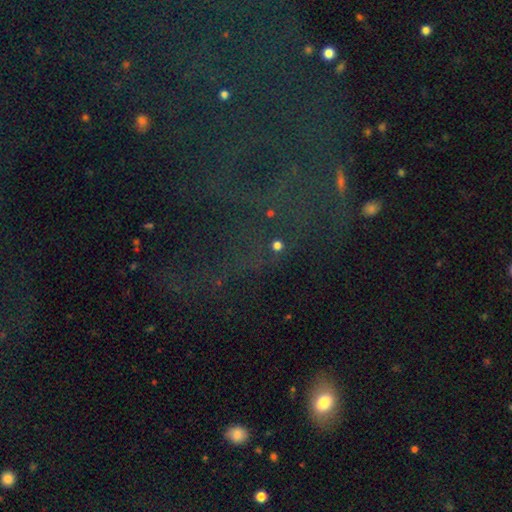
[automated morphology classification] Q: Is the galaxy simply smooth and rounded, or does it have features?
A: star or artifact — 60%.